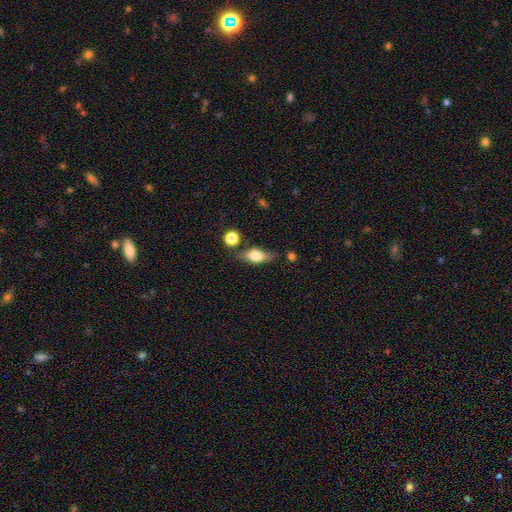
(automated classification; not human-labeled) Smooth or featured?
  - smooth: 59% *
  - featured or disk: 33%
  - star or artifact: 8%
How rounded?
  - in between: 73% *
  - cigar-shaped: 20%
  - round: 7%
Merging?
  - none: 70% *
  - minor disturbance: 18%
  - merger: 7%
  - major disturbance: 5%